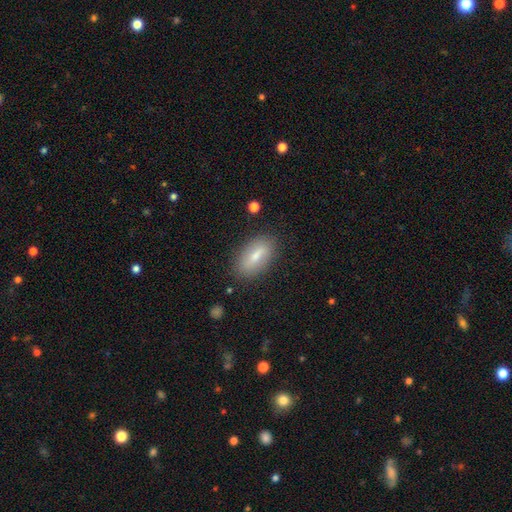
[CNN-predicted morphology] Smooth or featured: smooth — 69% (featured or disk — 23%)
How rounded: in between — 85% (cigar-shaped — 12%)
Merging: none — 82% (minor disturbance — 13%)